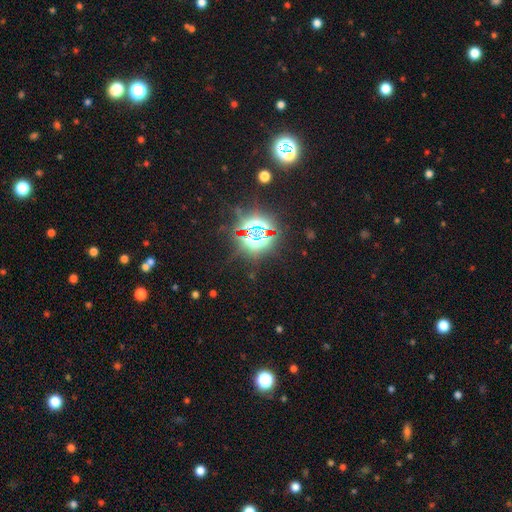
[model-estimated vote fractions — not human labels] smooth_or_featured: star or artifact (p=0.84) [alt: smooth p=0.10]